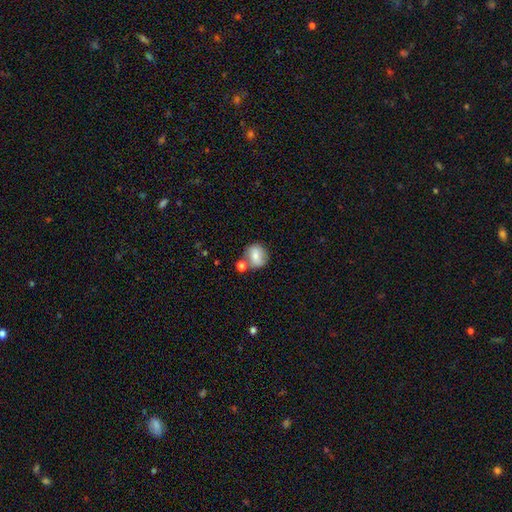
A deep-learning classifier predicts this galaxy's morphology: smooth 69%, featured or disk 22%, star or artifact 9%. Down the decision tree: how rounded — round (71%); merging — none (59%).